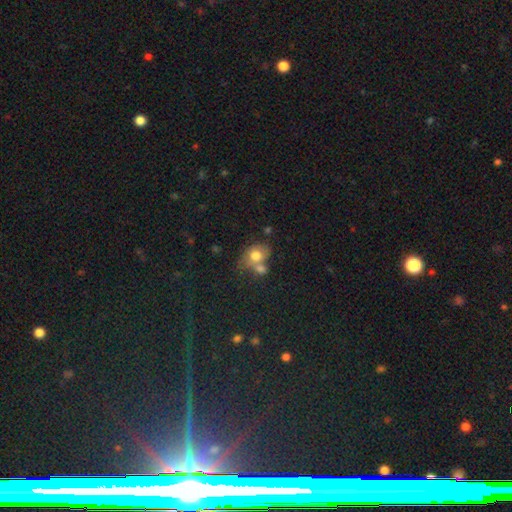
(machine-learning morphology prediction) Overall: smooth (71%). How rounded: in between (57%; round 41%). Merging: merger (42%; none 34%).